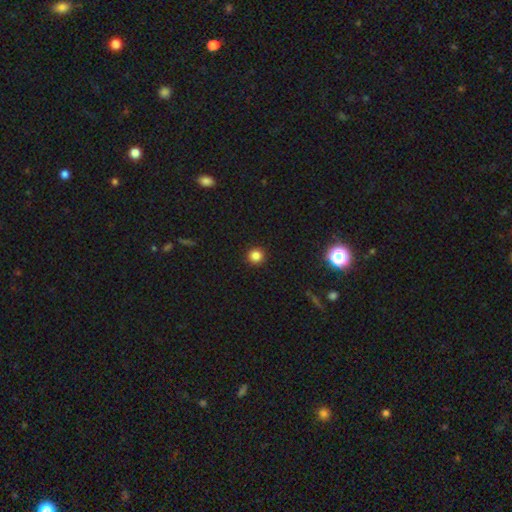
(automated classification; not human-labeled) Smooth or featured?
  - smooth: 84% *
  - star or artifact: 12%
  - featured or disk: 4%
How rounded?
  - round: 95% *
  - in between: 4%
  - cigar-shaped: 1%
Merging?
  - none: 93% *
  - minor disturbance: 4%
  - major disturbance: 2%
  - merger: 1%